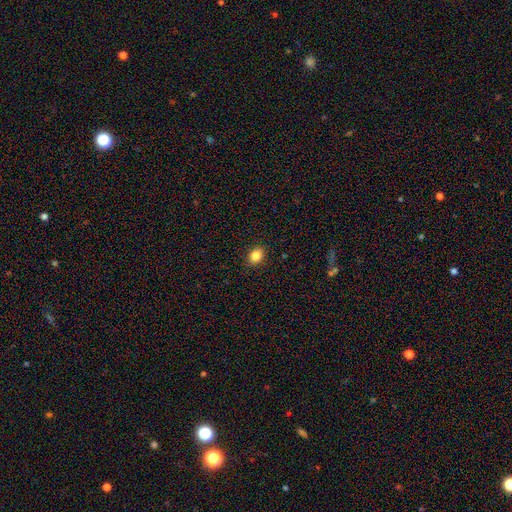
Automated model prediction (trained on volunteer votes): This appears to be a smooth galaxy with no disk features (85%) that is in between round and cigar-shaped (59%). Merging: none (90%).